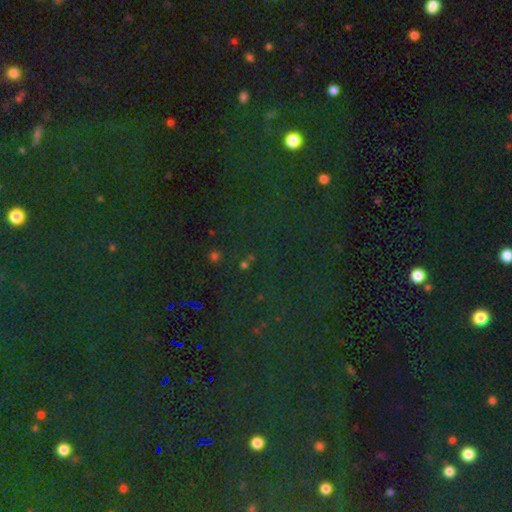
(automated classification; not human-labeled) smooth_or_featured: star or artifact (p=0.80) [alt: smooth p=0.13]